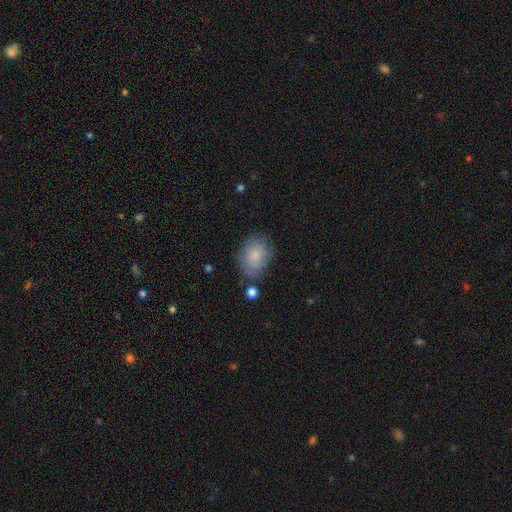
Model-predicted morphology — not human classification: Smooth or featured?
  - smooth: 78% *
  - featured or disk: 14%
  - star or artifact: 8%
How rounded?
  - in between: 74% *
  - round: 25%
  - cigar-shaped: 1%
Merging?
  - none: 71% *
  - minor disturbance: 20%
  - major disturbance: 6%
  - merger: 4%